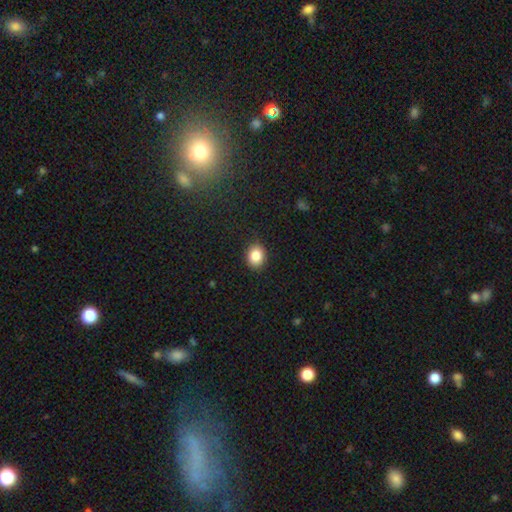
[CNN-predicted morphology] Overall: smooth (87%). How rounded: in between (51%; round 48%). Merging: none (88%).